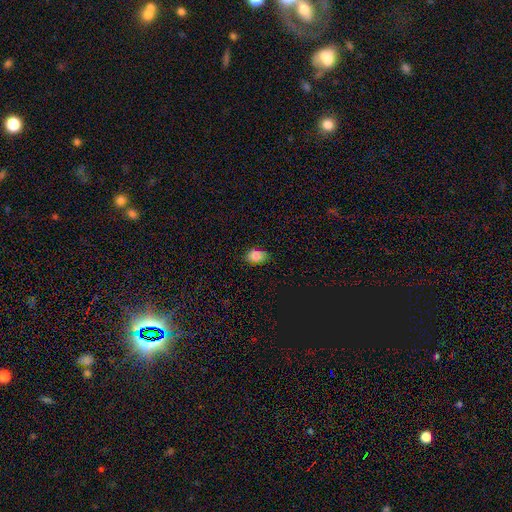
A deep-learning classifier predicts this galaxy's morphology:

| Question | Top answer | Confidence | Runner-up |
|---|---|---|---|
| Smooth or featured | smooth | 83% | star or artifact (11%) |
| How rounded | in between | 76% | round (22%) |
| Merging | none | 75% | minor disturbance (20%) |